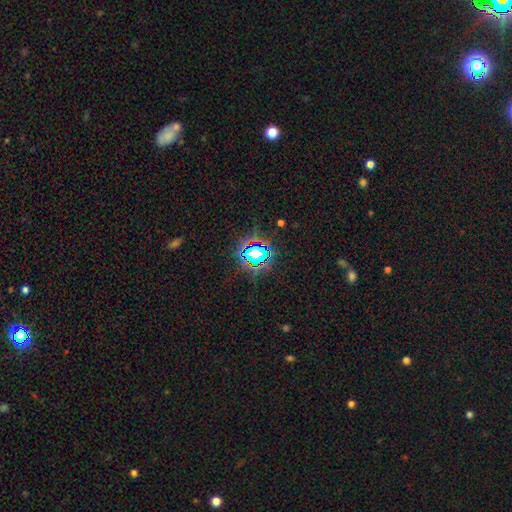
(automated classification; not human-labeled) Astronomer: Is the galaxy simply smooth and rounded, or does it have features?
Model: star or artifact — 66%.